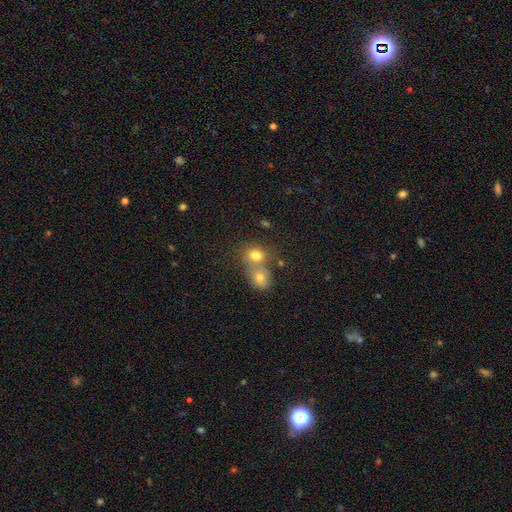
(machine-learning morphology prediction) The model was most divided on "merging": merger: 57%, none: 34%, minor disturbance: 6%, major disturbance: 3%. More confident: smooth or featured — smooth (76%); how rounded — round (68%).